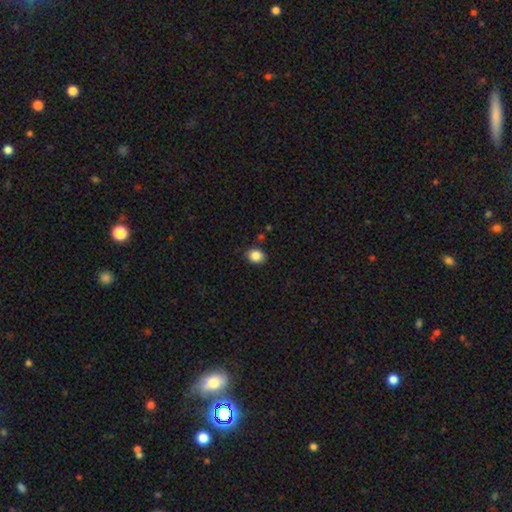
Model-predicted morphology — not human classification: Overall: smooth (87%). How rounded: round (58%; in between 41%). Merging: none (85%).